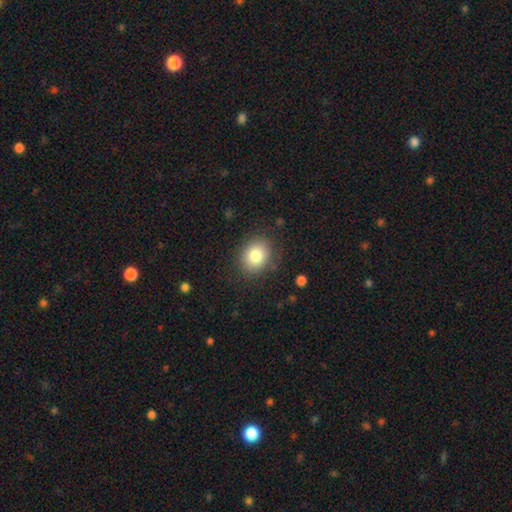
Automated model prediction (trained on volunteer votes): Smooth or featured?
  - smooth: 81% *
  - star or artifact: 10%
  - featured or disk: 9%
How rounded?
  - round: 58% *
  - in between: 41%
  - cigar-shaped: 1%
Merging?
  - none: 84% *
  - minor disturbance: 11%
  - major disturbance: 4%
  - merger: 1%